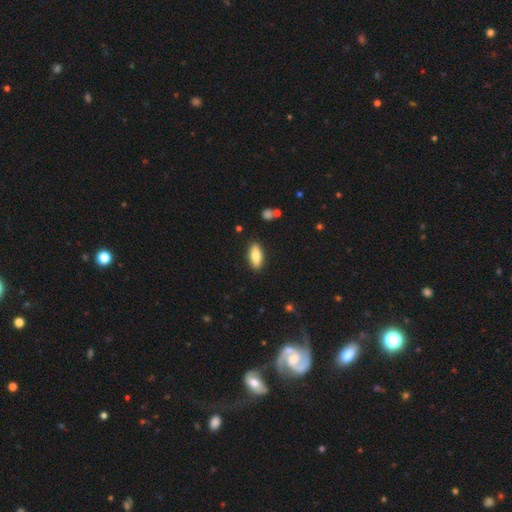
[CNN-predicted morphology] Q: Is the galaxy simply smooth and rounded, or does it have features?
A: smooth — 72%.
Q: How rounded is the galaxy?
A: in between — 72%.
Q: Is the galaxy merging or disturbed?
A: none — 88%.